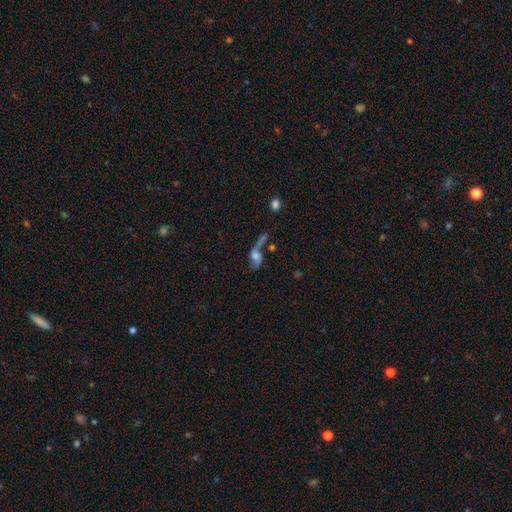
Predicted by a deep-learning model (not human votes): A featured or disk galaxy (56%) with no bar (65%), spiral arms (76%) and a moderate central bulge (33%). Merging: merger (36%).